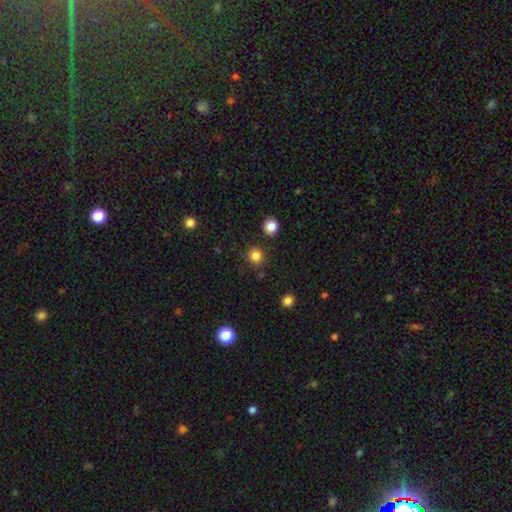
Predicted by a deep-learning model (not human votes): A smooth galaxy with no disk features (84%) that is round (88%). Merging: none (85%).